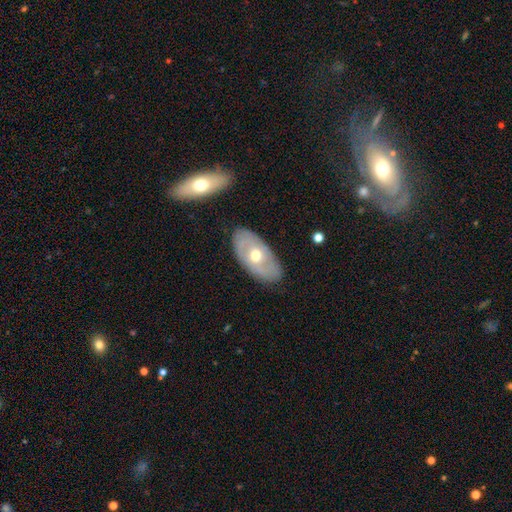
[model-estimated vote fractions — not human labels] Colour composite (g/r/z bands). It shows a featured or disk galaxy (57%). Merging: none (83%).